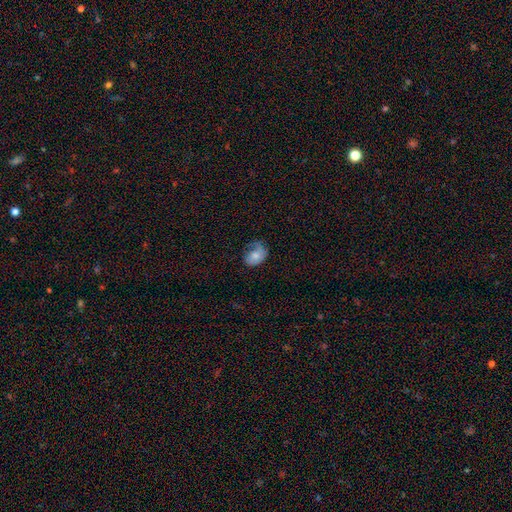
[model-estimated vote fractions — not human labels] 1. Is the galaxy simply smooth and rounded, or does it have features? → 59% smooth, 34% featured or disk, 7% star or artifact.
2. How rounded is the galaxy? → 71% in between, 28% round, 1% cigar-shaped.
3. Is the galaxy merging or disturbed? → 37% none, 31% minor disturbance, 30% major disturbance, 2% merger.